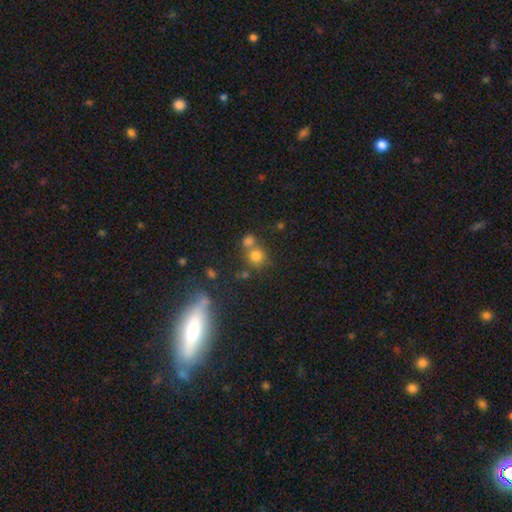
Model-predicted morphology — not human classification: Smooth or featured? Predicted: smooth (p=0.75). How rounded? Predicted: round (p=0.85). Merging? Predicted: none (p=0.53).